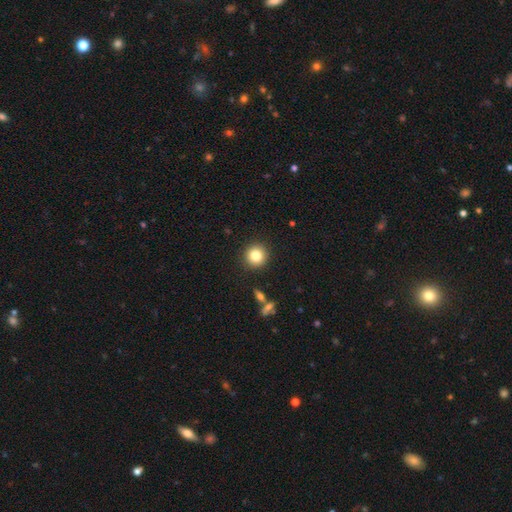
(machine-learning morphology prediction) Smooth or featured? Predicted: smooth (p=0.82). How rounded? Predicted: round (p=0.94). Merging? Predicted: none (p=0.91).